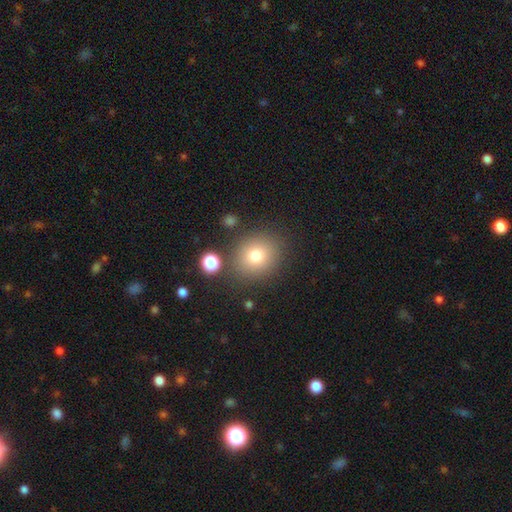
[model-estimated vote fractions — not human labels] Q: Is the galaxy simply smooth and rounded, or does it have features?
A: smooth — 76%.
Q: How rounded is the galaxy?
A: round — 75%.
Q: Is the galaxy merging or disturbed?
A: none — 83%.